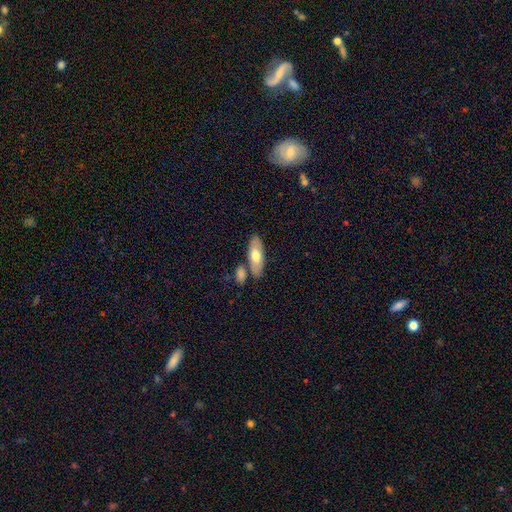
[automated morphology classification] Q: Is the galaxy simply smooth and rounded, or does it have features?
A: smooth — 65%.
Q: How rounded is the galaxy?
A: in between — 74%.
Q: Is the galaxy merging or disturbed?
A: none — 69%.